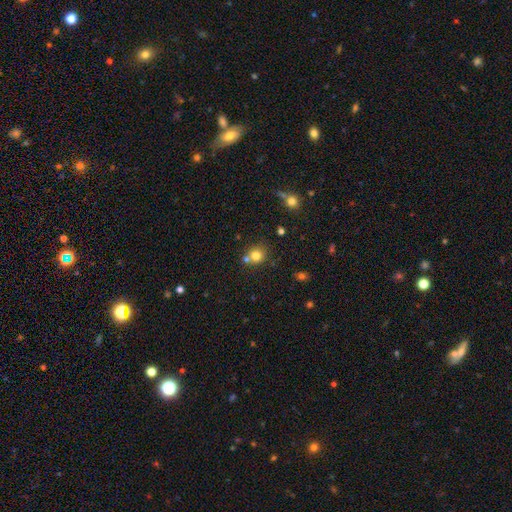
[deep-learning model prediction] smooth-or-featured: smooth: 77% | star or artifact: 14% | featured or disk: 8%
  how-rounded: round: 85% | in between: 14% | cigar-shaped: 1%
  merging: none: 62% | merger: 26% | minor disturbance: 9% | major disturbance: 3%